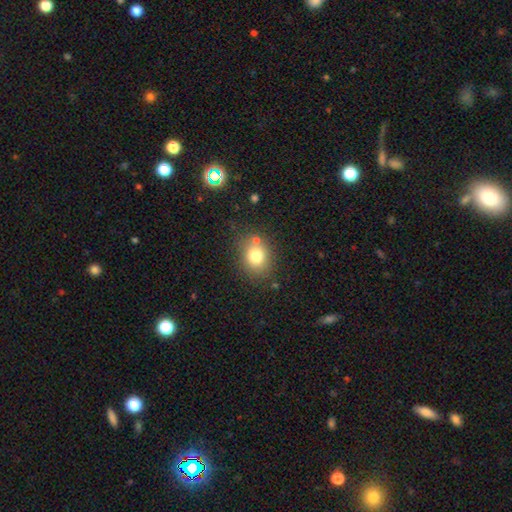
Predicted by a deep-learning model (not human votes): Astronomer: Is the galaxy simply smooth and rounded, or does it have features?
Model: smooth — 77%.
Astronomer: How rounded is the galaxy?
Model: round — 59% (runner-up: in between, 40%).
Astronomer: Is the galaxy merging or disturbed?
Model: none — 74%.